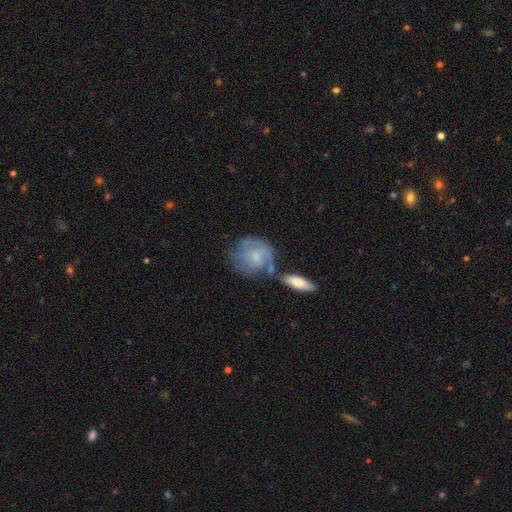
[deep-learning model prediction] A featured or disk galaxy (48%). Merging: none (44%).